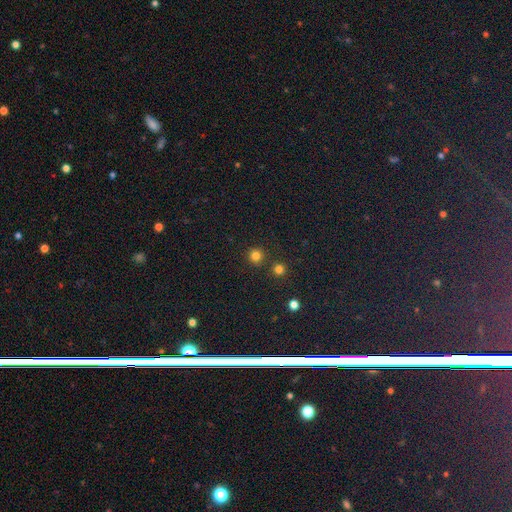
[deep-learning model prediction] Smooth or featured: smooth — 80% (star or artifact — 16%)
How rounded: round — 94% (in between — 5%)
Merging: none — 85% (merger — 7%)